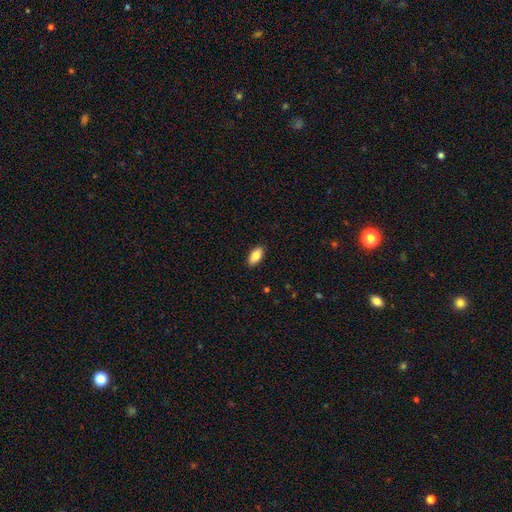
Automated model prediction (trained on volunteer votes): Overall: smooth (84%). How rounded: in between (92%). Merging: none (89%).